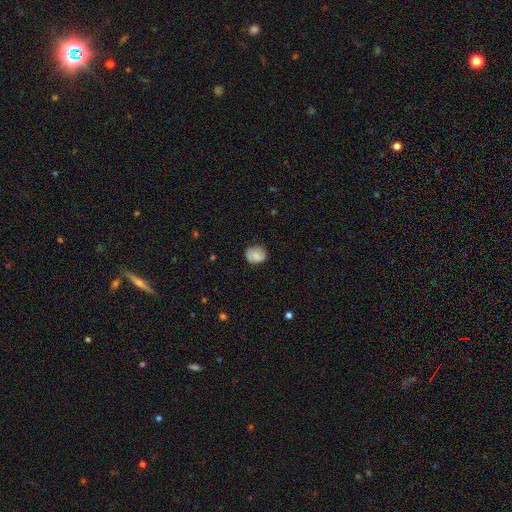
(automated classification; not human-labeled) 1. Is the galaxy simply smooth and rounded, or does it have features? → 73% smooth, 19% featured or disk, 9% star or artifact.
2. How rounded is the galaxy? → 64% round, 35% in between, 1% cigar-shaped.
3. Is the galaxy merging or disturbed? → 72% none, 21% minor disturbance, 5% major disturbance, 2% merger.